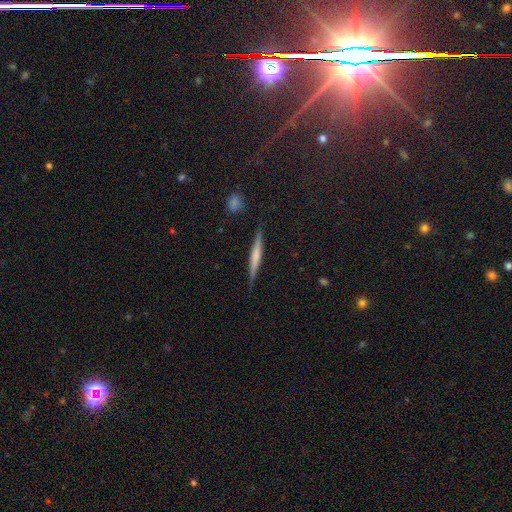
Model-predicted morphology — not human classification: featured or disk 51%, smooth 41%, star or artifact 8%. Down the decision tree: edge-on disk — yes (97%); merging — none (87%).